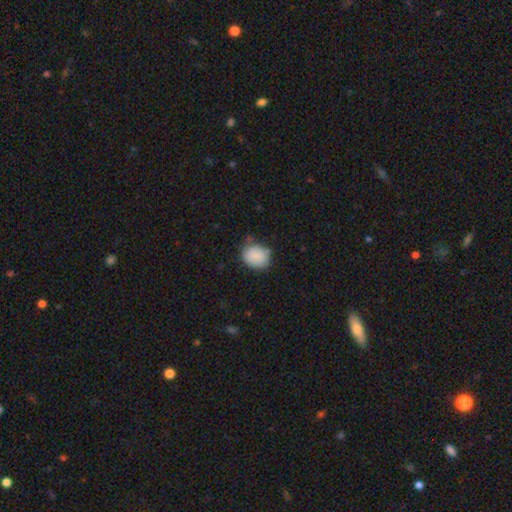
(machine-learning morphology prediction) Smooth or featured: smooth — 86% (star or artifact — 7%)
How rounded: round — 59% (in between — 40%)
Merging: none — 72% (minor disturbance — 21%)